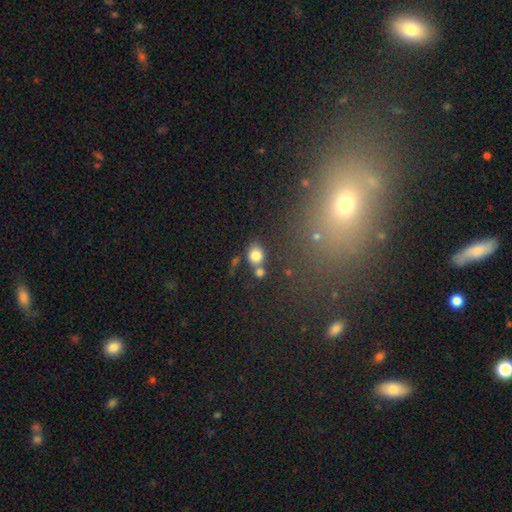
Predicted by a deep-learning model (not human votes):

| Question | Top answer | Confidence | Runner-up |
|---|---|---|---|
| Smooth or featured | smooth | 80% | star or artifact (11%) |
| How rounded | round | 57% | in between (41%) |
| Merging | none | 59% | merger (23%) |